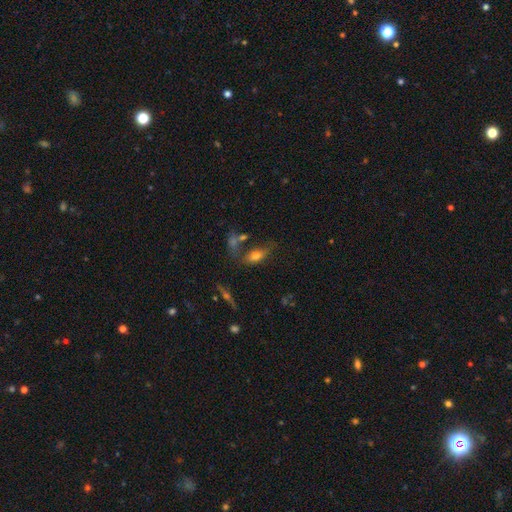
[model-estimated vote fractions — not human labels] Overall: smooth (68%). How rounded: in between (84%). Merging: none (49%; merger 19%).